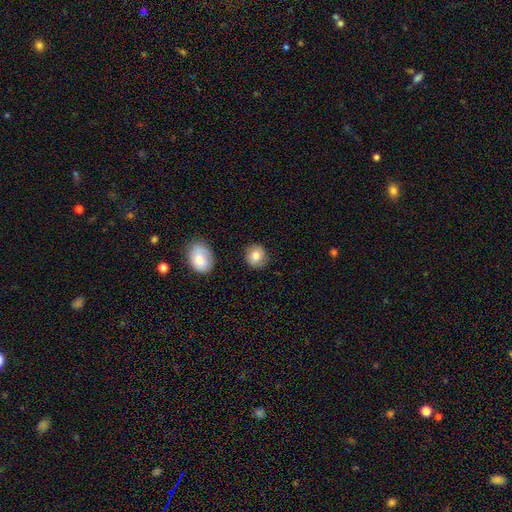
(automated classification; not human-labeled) Smooth or featured? Predicted: smooth (p=0.77). How rounded? Predicted: round (p=0.86). Merging? Predicted: none (p=0.84).